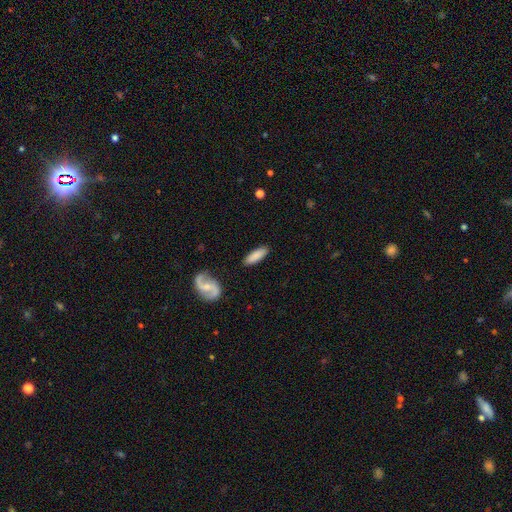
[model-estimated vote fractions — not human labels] Smooth or featured? smooth (81%)
How rounded? in between (53%)
Merging? none (86%)